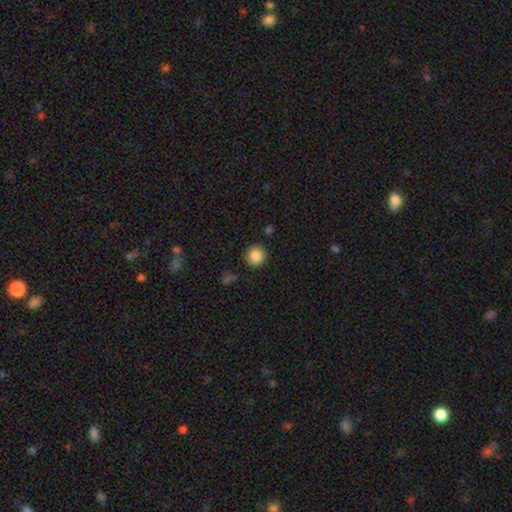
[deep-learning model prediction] smooth 87%, star or artifact 9%, featured or disk 4%. Down the decision tree: how rounded — round (91%); merging — none (88%).